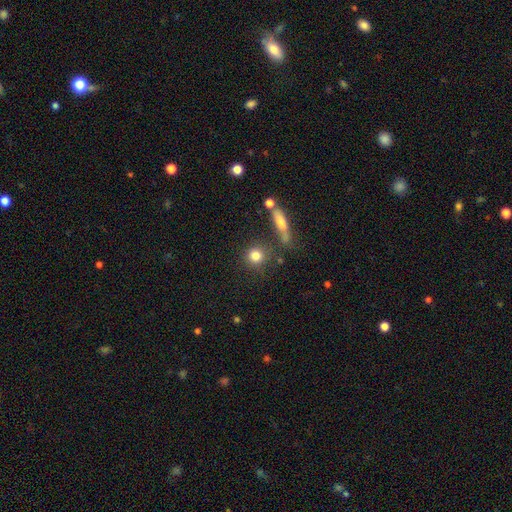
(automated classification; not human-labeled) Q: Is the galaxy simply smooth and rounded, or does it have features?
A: smooth — 80%.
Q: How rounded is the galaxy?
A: round — 86%.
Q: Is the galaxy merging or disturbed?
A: none — 74%.